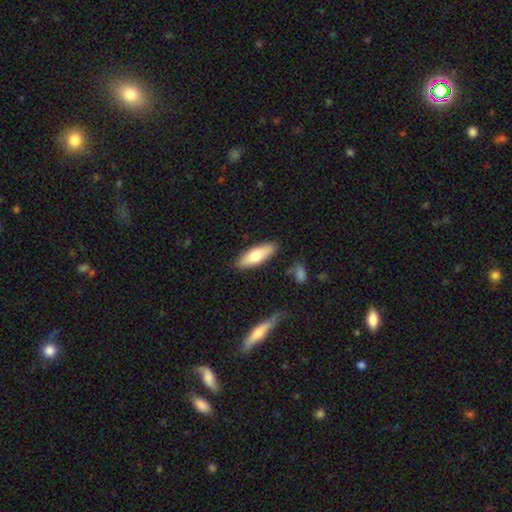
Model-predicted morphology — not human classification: A smooth galaxy with no disk features (66%) that is in between round and cigar-shaped (57%).

Vote fractions:
- Smooth or featured? smooth: 66% / featured or disk: 29% / star or artifact: 6%
- How rounded? in between: 57% / cigar-shaped: 41% / round: 2%
- Merging? none: 86% / minor disturbance: 10% / major disturbance: 2% / merger: 2%